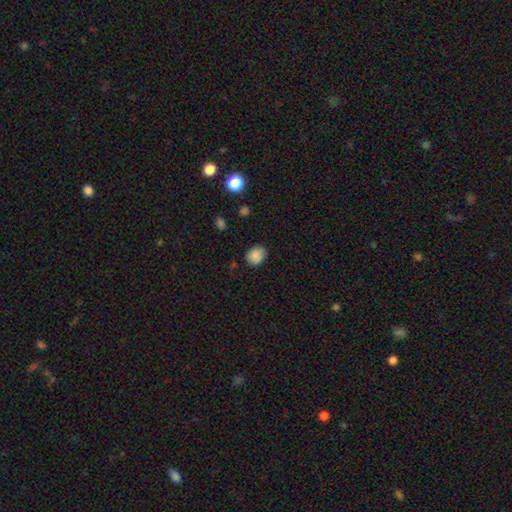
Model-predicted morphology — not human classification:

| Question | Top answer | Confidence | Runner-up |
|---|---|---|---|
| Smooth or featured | smooth | 86% | star or artifact (9%) |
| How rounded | round | 59% | in between (40%) |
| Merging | none | 76% | minor disturbance (19%) |